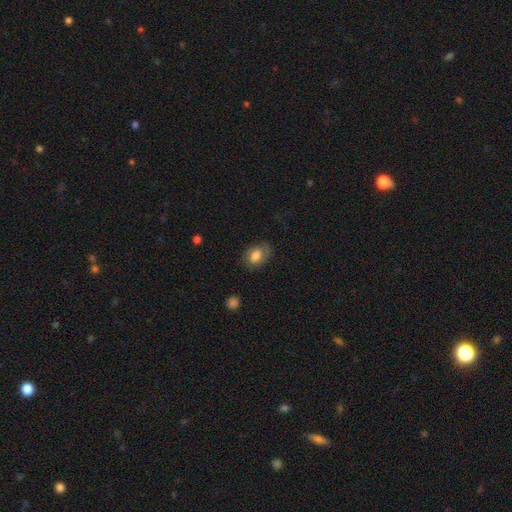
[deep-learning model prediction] The model was most divided on "smooth or featured": smooth: 63%, featured or disk: 29%, star or artifact: 8%. More confident: how rounded — in between (77%); merging — none (72%).